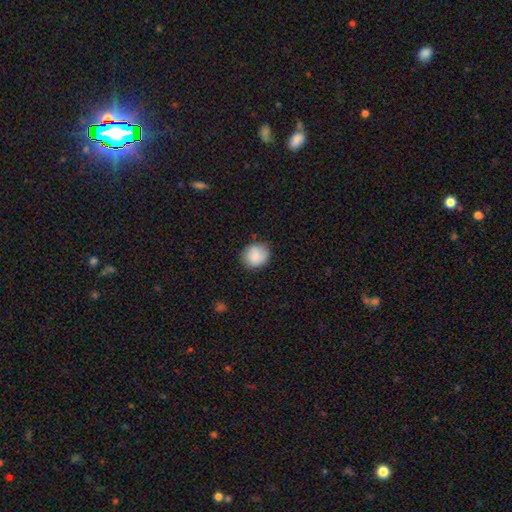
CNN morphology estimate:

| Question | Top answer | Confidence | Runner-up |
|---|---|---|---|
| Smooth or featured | smooth | 86% | star or artifact (7%) |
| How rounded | round | 78% | in between (21%) |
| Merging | none | 83% | minor disturbance (13%) |